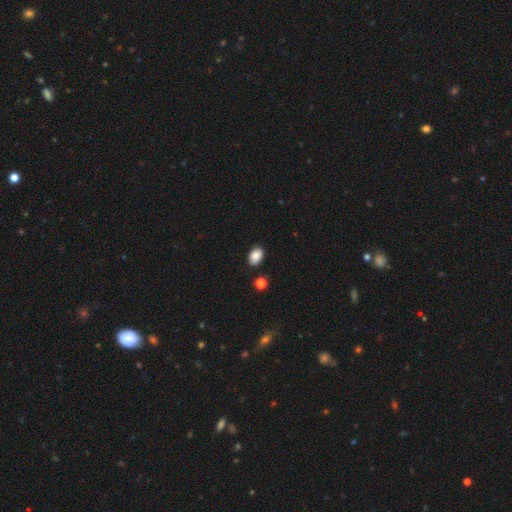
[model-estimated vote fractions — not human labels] Overall: smooth (87%). How rounded: in between (83%). Merging: none (85%).